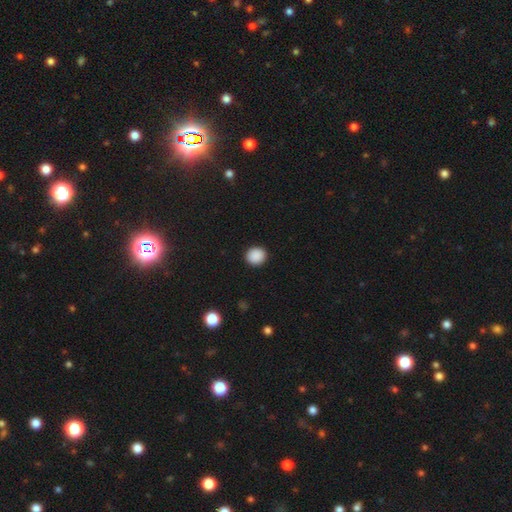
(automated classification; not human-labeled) Morphology: type=smooth (89%); roundness=round (87%); merging=none (92%).